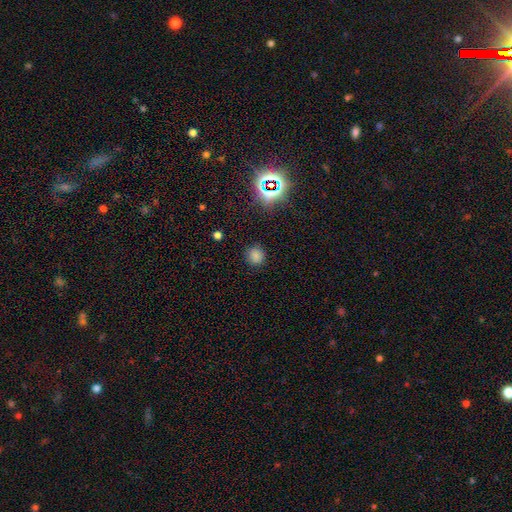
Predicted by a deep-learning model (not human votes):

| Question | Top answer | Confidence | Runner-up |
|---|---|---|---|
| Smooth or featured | smooth | 75% | star or artifact (20%) |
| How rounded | round | 85% | in between (14%) |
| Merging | none | 87% | minor disturbance (9%) |